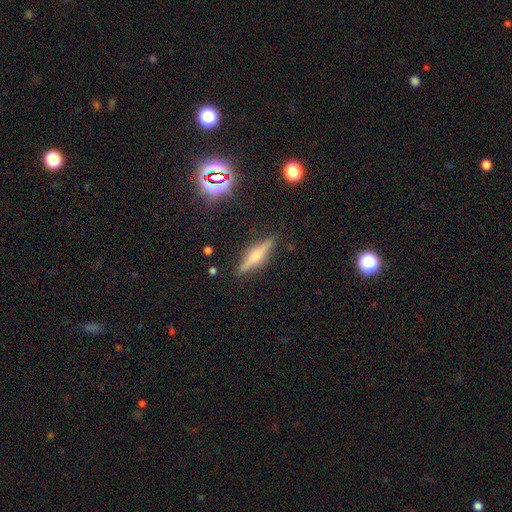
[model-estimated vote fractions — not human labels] Morphology: type=featured or disk (64%); edge-on=yes (96%); edge-on bulge=rounded (89%); merging=none (88%).